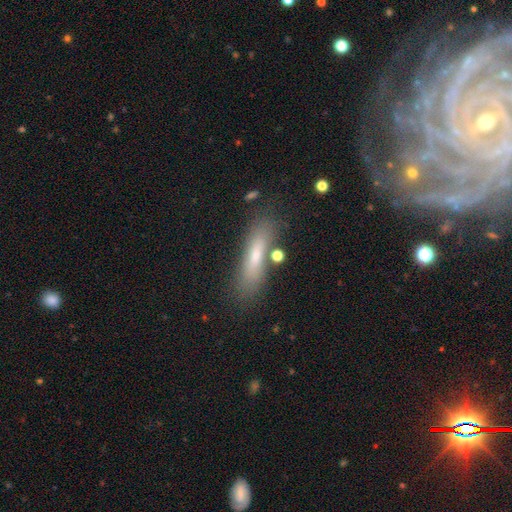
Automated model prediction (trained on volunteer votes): Smooth or featured? smooth (65%)
How rounded? cigar-shaped (70%)
Merging? none (77%)